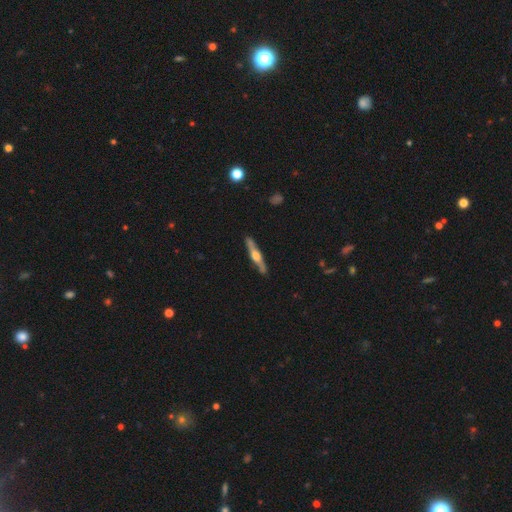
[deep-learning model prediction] smooth_or_featured: featured or disk (p=0.69) [alt: smooth p=0.26]
disk_edge_on: yes (p=0.96) [alt: no p=0.04]
edge_on_bulge: rounded (p=0.89) [alt: boxy p=0.07]
merging: none (p=0.88) [alt: minor disturbance p=0.09]